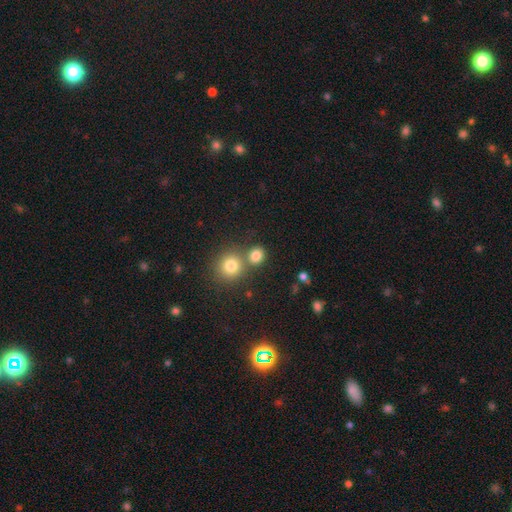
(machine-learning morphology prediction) A smooth galaxy with no disk features (81%) that is round (73%).

Vote fractions:
- Smooth or featured? smooth: 81% / star or artifact: 13% / featured or disk: 6%
- How rounded? round: 73% / in between: 25% / cigar-shaped: 1%
- Merging? none: 61% / merger: 27% / minor disturbance: 8% / major disturbance: 3%